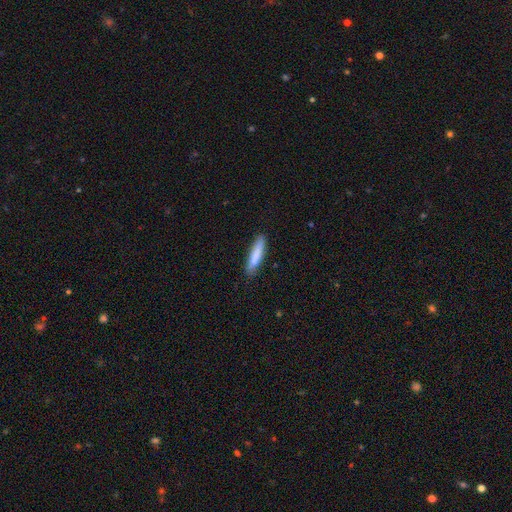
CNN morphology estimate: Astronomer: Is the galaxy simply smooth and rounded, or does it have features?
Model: smooth — 80%.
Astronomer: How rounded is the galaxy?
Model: cigar-shaped — 85%.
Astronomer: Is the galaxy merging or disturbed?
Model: none — 84%.